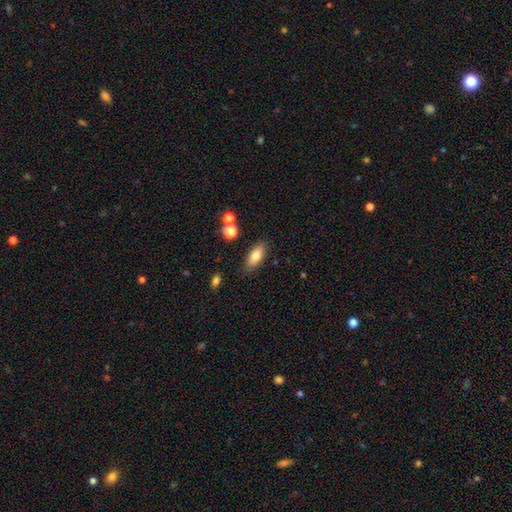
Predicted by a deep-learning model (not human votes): Smooth or featured?
  - smooth: 78% *
  - featured or disk: 14%
  - star or artifact: 8%
How rounded?
  - in between: 80% *
  - cigar-shaped: 16%
  - round: 4%
Merging?
  - none: 82% *
  - minor disturbance: 12%
  - merger: 3%
  - major disturbance: 3%